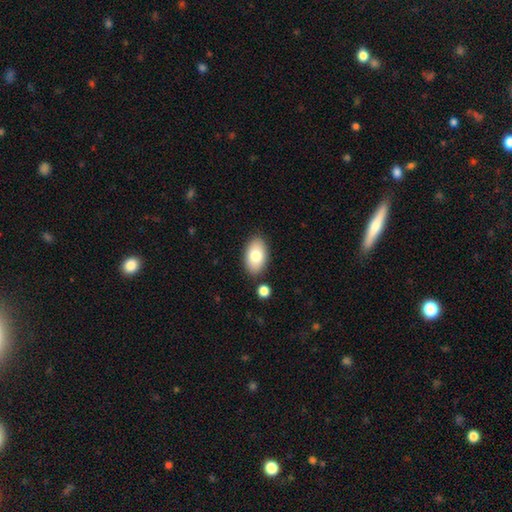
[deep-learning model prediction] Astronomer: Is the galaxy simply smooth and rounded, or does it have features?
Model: smooth — 79%.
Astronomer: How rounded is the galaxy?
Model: in between — 94%.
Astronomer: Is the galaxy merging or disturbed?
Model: none — 84%.